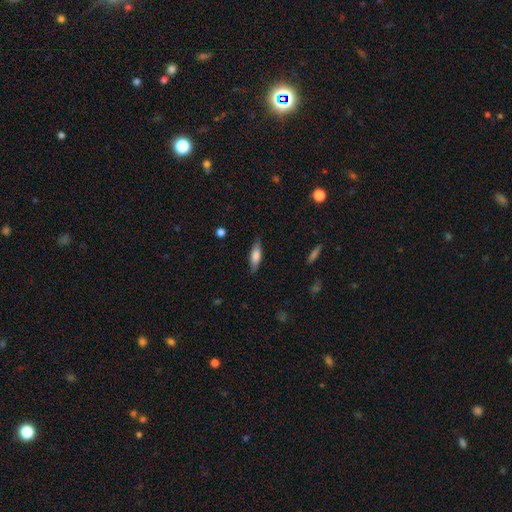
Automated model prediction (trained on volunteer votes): A smooth galaxy with no disk features (67%) that is cigar-shaped (58%).

Vote fractions:
- Smooth or featured? smooth: 67% / featured or disk: 27% / star or artifact: 6%
- How rounded? cigar-shaped: 58% / in between: 40% / round: 2%
- Merging? none: 84% / minor disturbance: 12% / major disturbance: 2% / merger: 1%